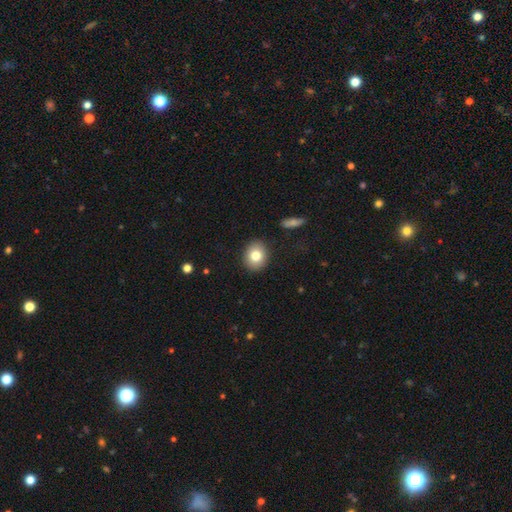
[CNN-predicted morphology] A smooth galaxy with no disk features (79%) that is round (65%). Merging: none (90%).